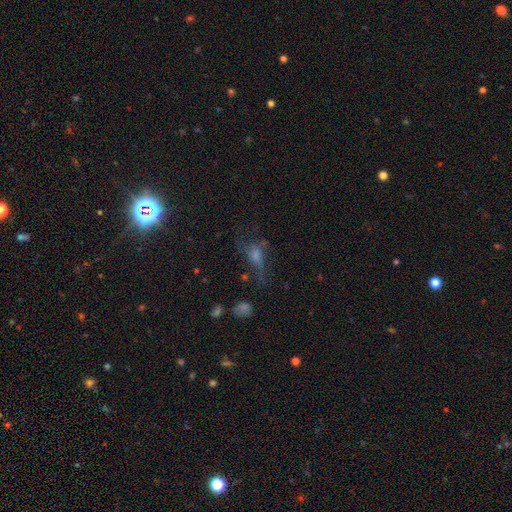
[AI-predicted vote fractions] Smooth or featured? featured or disk (35%)
Merging? none (44%)